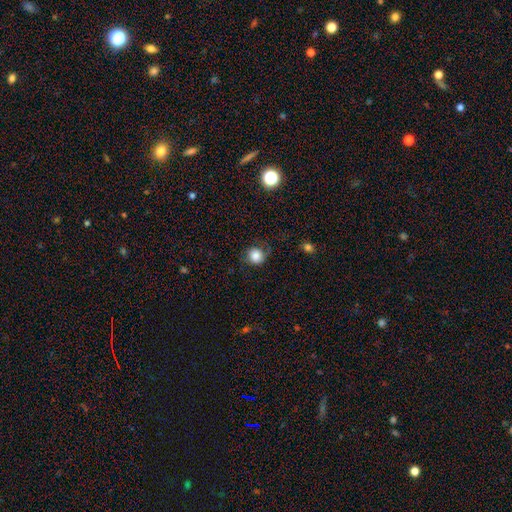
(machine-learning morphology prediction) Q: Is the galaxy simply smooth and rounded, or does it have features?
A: smooth — 79%.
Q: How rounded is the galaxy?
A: round — 86%.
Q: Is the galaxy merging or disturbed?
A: none — 64%.